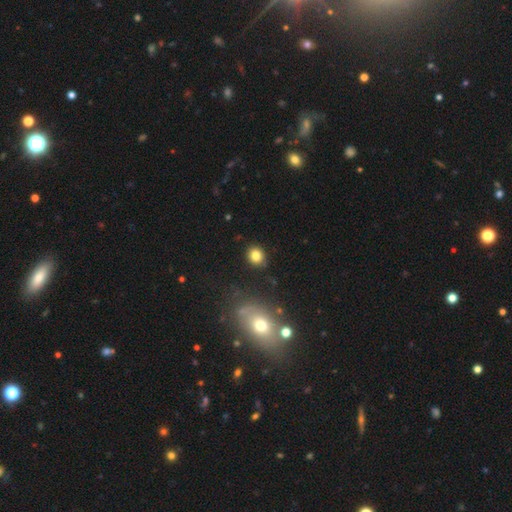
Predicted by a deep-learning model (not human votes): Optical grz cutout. It shows a smooth galaxy with no disk features (83%) that is round (72%). Merging: none (86%).